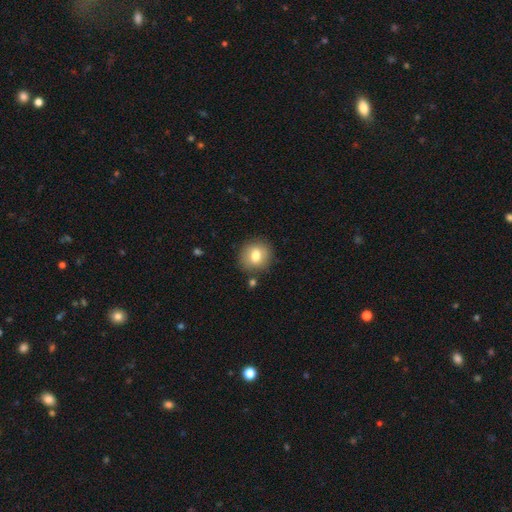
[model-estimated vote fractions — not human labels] A smooth galaxy with no disk features (77%) that is round (80%).

Vote fractions:
- Smooth or featured? smooth: 77% / featured or disk: 14% / star or artifact: 9%
- How rounded? round: 80% / in between: 19% / cigar-shaped: 1%
- Merging? none: 84% / minor disturbance: 10% / merger: 3% / major disturbance: 3%